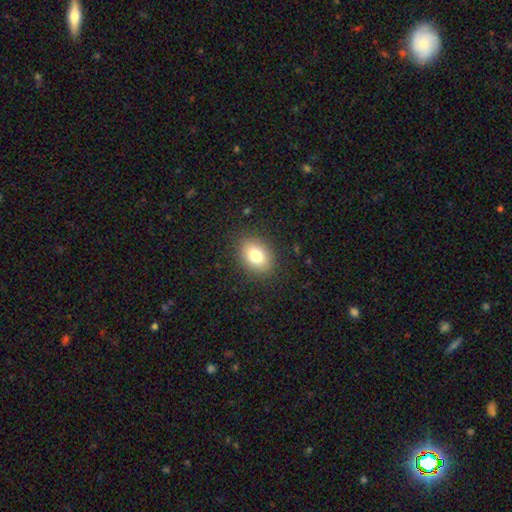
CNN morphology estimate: smooth 79%, featured or disk 11%, star or artifact 10%. Down the decision tree: how rounded — in between (69%); merging — none (87%).